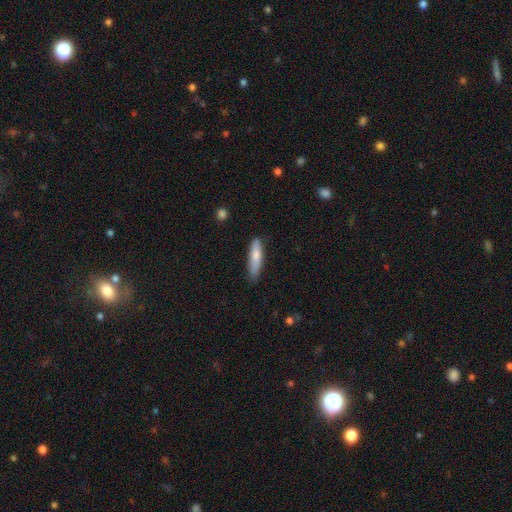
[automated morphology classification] Overall: smooth (77%). How rounded: cigar-shaped (75%). Merging: none (79%).